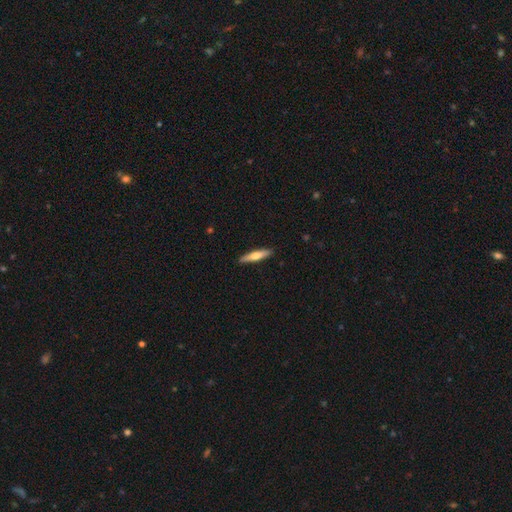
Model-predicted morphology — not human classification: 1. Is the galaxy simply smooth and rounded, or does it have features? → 58% smooth, 36% featured or disk, 5% star or artifact.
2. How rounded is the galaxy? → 86% cigar-shaped, 13% in between, 1% round.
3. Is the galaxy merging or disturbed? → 90% none, 7% minor disturbance, 1% major disturbance, 1% merger.